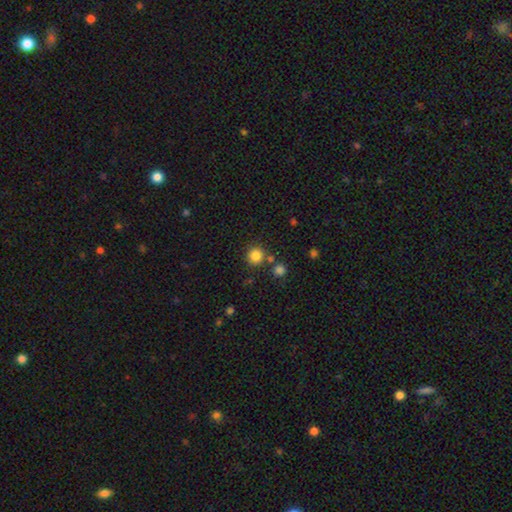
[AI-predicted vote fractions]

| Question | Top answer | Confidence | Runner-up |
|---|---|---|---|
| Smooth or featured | smooth | 83% | star or artifact (12%) |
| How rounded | round | 93% | in between (6%) |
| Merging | none | 80% | merger (10%) |